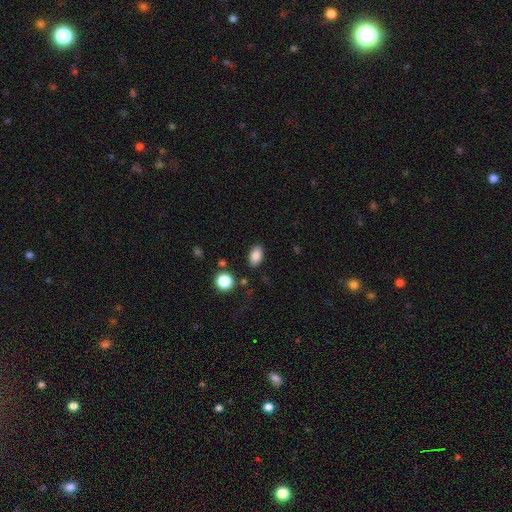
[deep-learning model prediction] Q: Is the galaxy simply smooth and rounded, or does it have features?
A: smooth — 86%.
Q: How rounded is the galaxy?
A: in between — 89%.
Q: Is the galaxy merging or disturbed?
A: none — 84%.